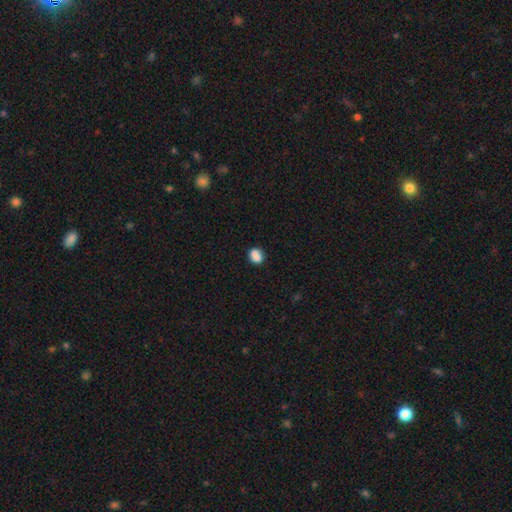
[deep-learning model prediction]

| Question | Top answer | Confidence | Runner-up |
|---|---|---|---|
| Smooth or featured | smooth | 81% | star or artifact (10%) |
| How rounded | round | 59% | in between (40%) |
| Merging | none | 62% | merger (19%) |